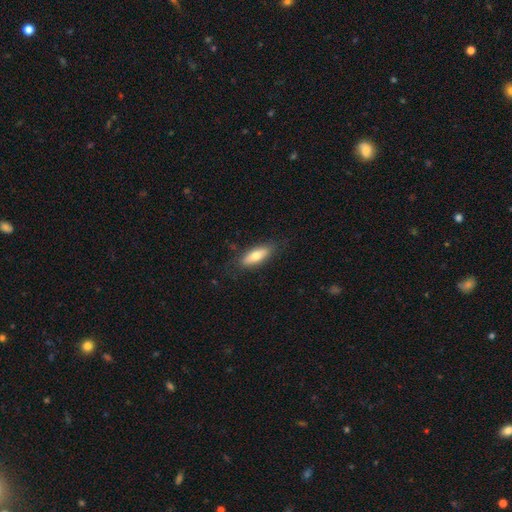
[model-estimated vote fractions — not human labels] Smooth or featured? smooth (72%)
How rounded? in between (63%)
Merging? none (82%)